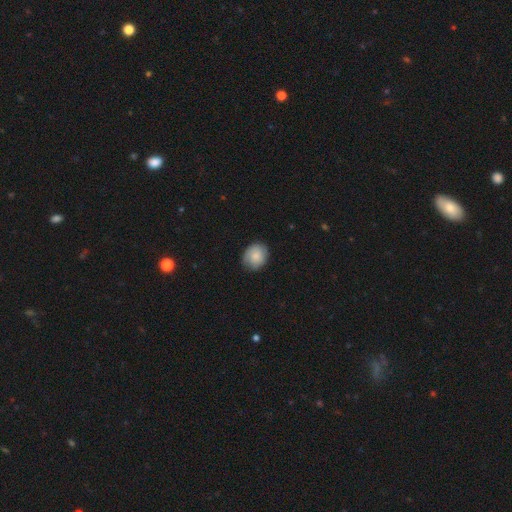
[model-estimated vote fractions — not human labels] Smooth or featured? Predicted: smooth (p=0.81). How rounded? Predicted: round (p=0.63). Merging? Predicted: none (p=0.80).